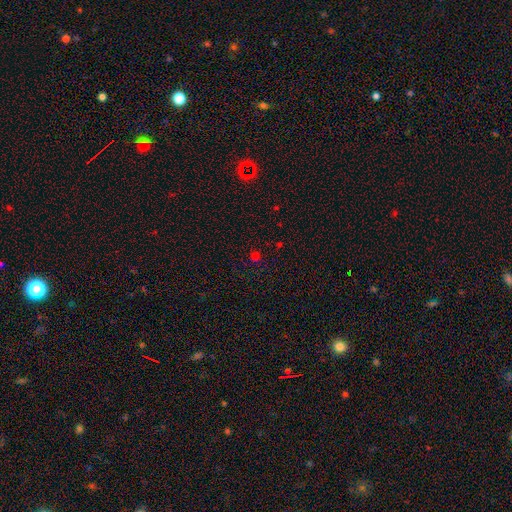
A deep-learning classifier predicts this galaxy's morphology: Q: Smooth or featured?
A: smooth (57%); runner-up: star or artifact (36%)
Q: How rounded?
A: round (85%); runner-up: in between (14%)
Q: Merging?
A: none (82%); runner-up: minor disturbance (10%)